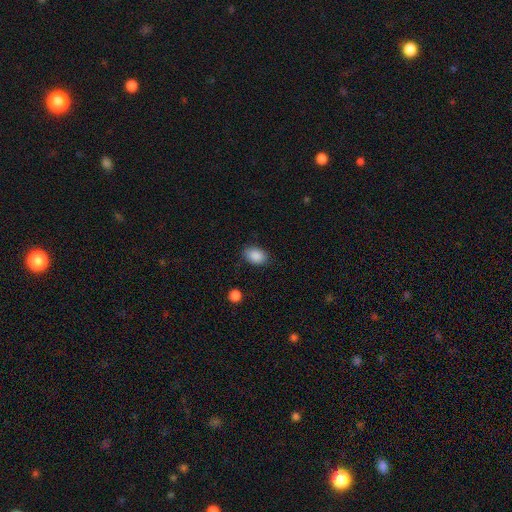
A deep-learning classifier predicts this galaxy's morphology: The model was most divided on "how rounded": in between: 83%, round: 16%, cigar-shaped: 1%. More confident: smooth or featured — smooth (89%); merging — none (85%).